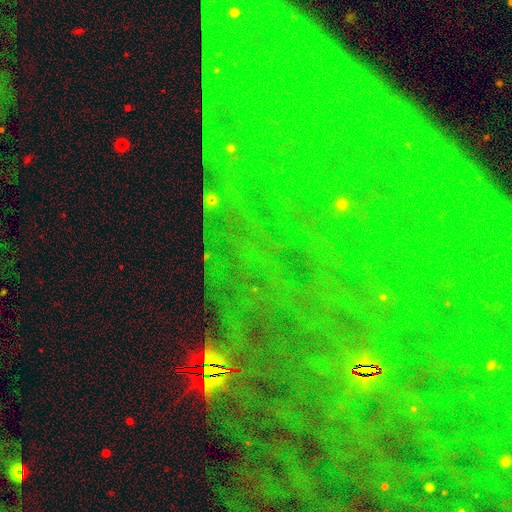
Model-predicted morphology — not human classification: star or artifact 85%, featured or disk 8%, smooth 7%.